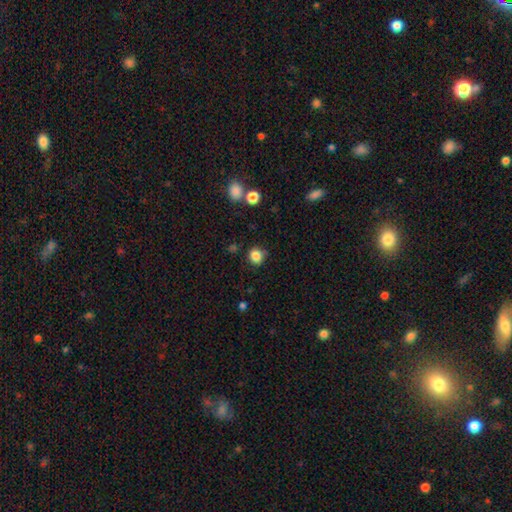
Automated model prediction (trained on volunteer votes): The model was most divided on "merging": none: 80%, minor disturbance: 13%, merger: 3%, major disturbance: 3%. More confident: smooth or featured — smooth (84%); how rounded — round (83%).